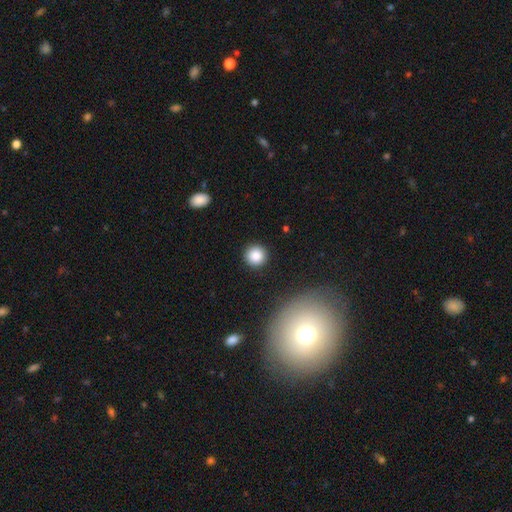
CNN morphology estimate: smooth_or_featured: smooth (p=0.86) [alt: star or artifact p=0.09]
how_rounded: round (p=0.94) [alt: in between p=0.05]
merging: none (p=0.90) [alt: minor disturbance p=0.06]